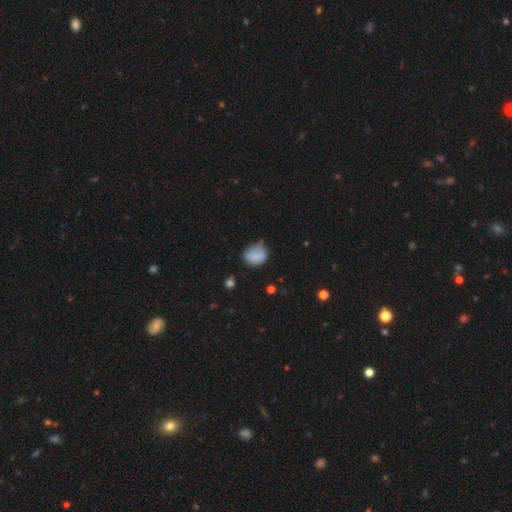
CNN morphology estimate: smooth_or_featured: smooth (p=0.76) [alt: featured or disk p=0.15]
how_rounded: round (p=0.52) [alt: in between p=0.47]
merging: none (p=0.48) [alt: minor disturbance p=0.37]